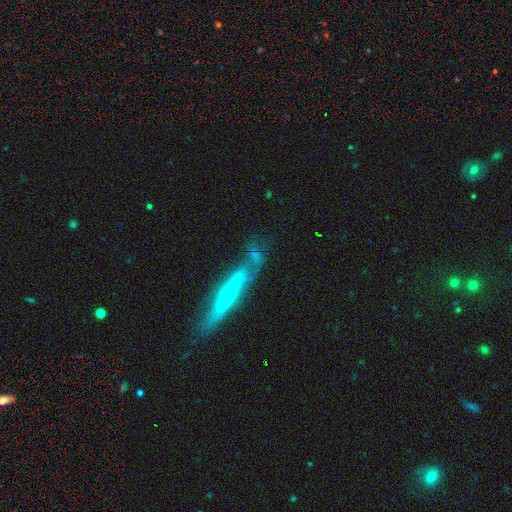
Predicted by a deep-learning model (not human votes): smooth_or_featured: featured or disk (p=0.64) [alt: smooth p=0.29]
disk_edge_on: yes (p=0.66) [alt: no p=0.34]
merging: none (p=0.57) [alt: minor disturbance p=0.23]